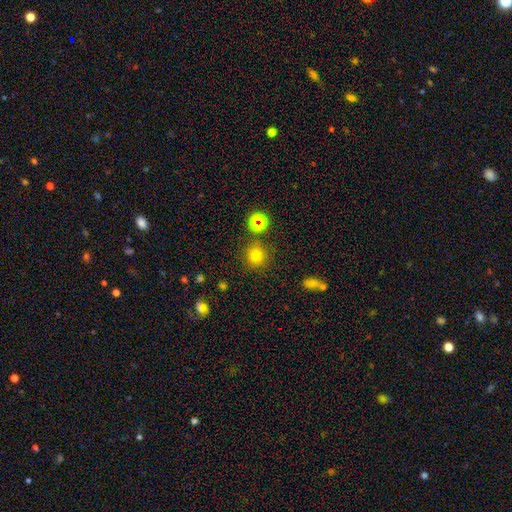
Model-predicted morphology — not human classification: A smooth galaxy with no disk features (76%) that is round (92%).

Vote fractions:
- Smooth or featured? smooth: 76% / star or artifact: 18% / featured or disk: 6%
- How rounded? round: 92% / in between: 7% / cigar-shaped: 1%
- Merging? none: 84% / minor disturbance: 8% / merger: 4% / major disturbance: 3%